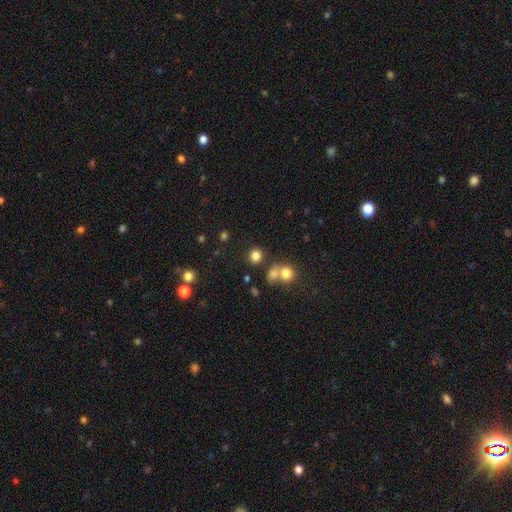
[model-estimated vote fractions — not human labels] Morphology: type=smooth (79%); roundness=round (85%); merging=none (73%).